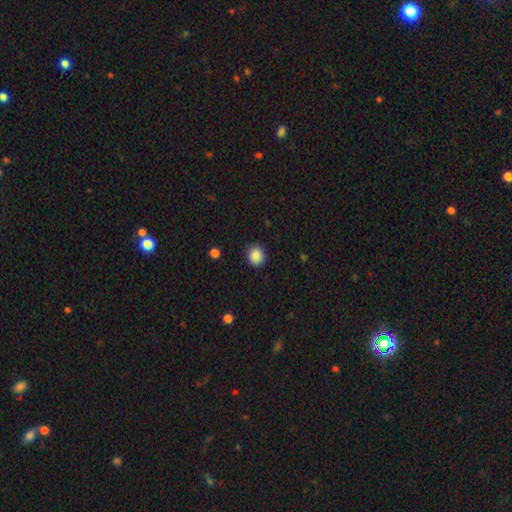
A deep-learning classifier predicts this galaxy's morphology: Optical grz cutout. It shows a smooth galaxy with no disk features (88%) that is round (77%). Merging: none (89%).